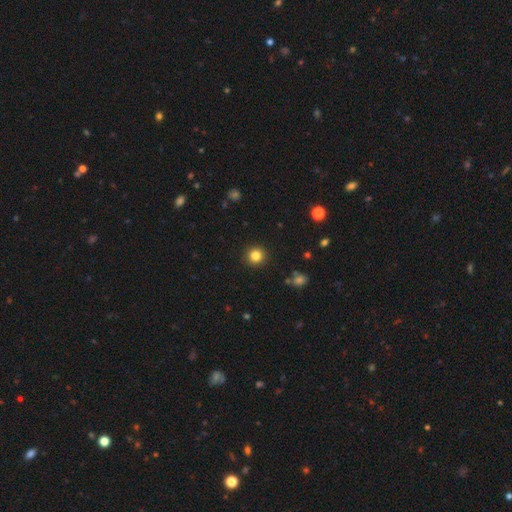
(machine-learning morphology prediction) The model was most divided on "smooth or featured": smooth: 83%, star or artifact: 12%, featured or disk: 5%. More confident: how rounded — round (94%); merging — none (92%).